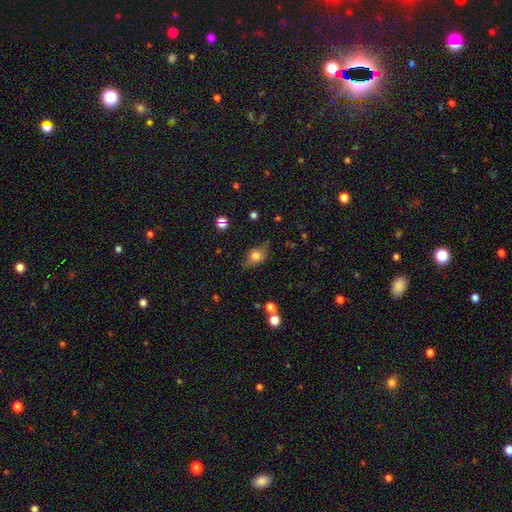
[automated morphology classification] Smooth or featured: smooth — 66% (featured or disk — 23%)
How rounded: in between — 63% (round — 33%)
Merging: none — 67% (minor disturbance — 24%)